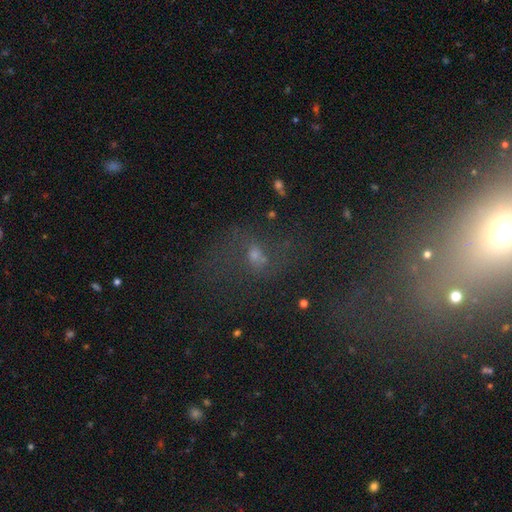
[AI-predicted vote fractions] The model was most divided on "smooth or featured" (2-way tie): smooth: 36%, featured or disk: 36%, star or artifact: 28%. Remaining: merging — none (42%).